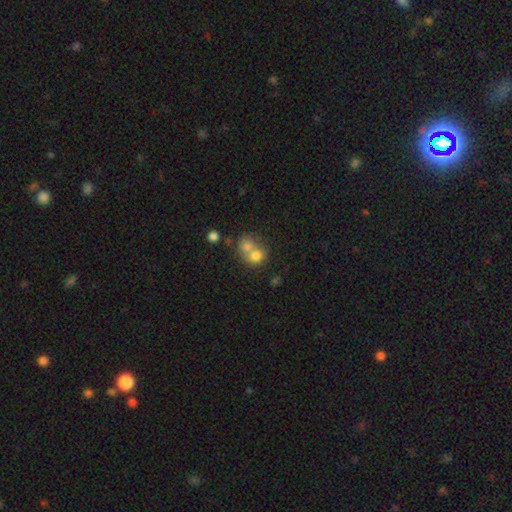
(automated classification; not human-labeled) The model was most divided on "merging": merger: 65%, none: 26%, minor disturbance: 6%, major disturbance: 3%. More confident: smooth or featured — smooth (72%); how rounded — round (71%).